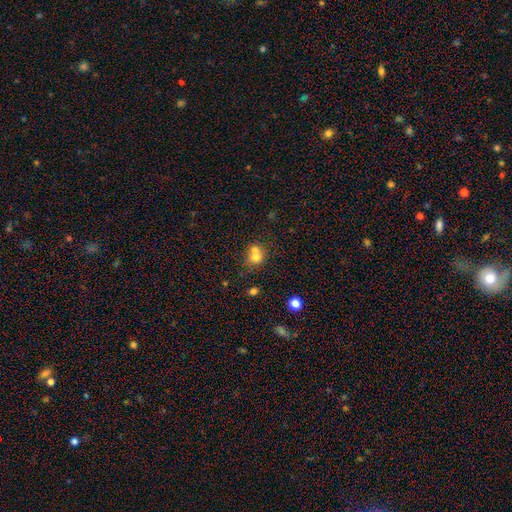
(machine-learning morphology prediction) Smooth or featured: smooth — 70% (featured or disk — 17%)
How rounded: round — 71% (in between — 28%)
Merging: merger — 60% (none — 29%)